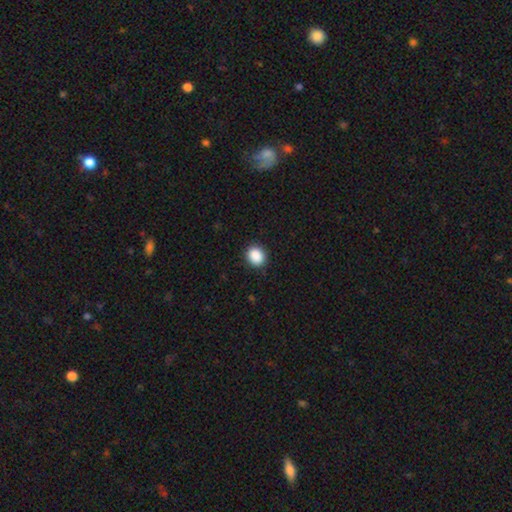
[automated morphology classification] smooth-or-featured: smooth: 89% | star or artifact: 8% | featured or disk: 3%
  how-rounded: round: 59% | in between: 40% | cigar-shaped: 1%
  merging: none: 89% | minor disturbance: 8% | major disturbance: 2% | merger: 1%